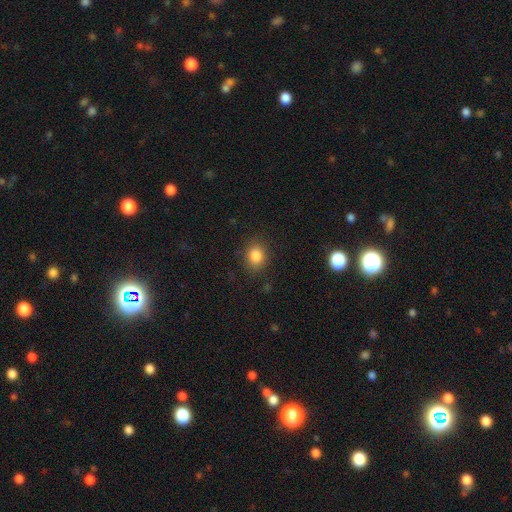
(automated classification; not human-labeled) This is clearly a smooth galaxy (84%). How rounded: possibly round (56%). Merging: clearly none (84%).